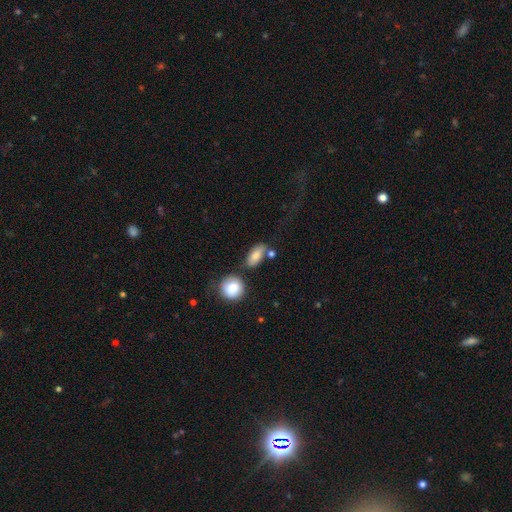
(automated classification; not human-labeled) Q: Smooth or featured?
A: smooth (80%); runner-up: featured or disk (12%)
Q: How rounded?
A: in between (82%); runner-up: cigar-shaped (10%)
Q: Merging?
A: none (66%); runner-up: minor disturbance (16%)